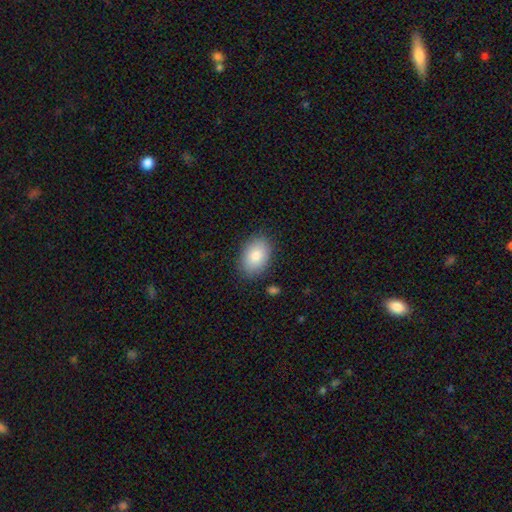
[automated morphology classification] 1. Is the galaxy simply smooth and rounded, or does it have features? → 84% smooth, 9% featured or disk, 7% star or artifact.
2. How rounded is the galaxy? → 85% in between, 14% round, 1% cigar-shaped.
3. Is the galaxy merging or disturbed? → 85% none, 11% minor disturbance, 3% major disturbance, 1% merger.